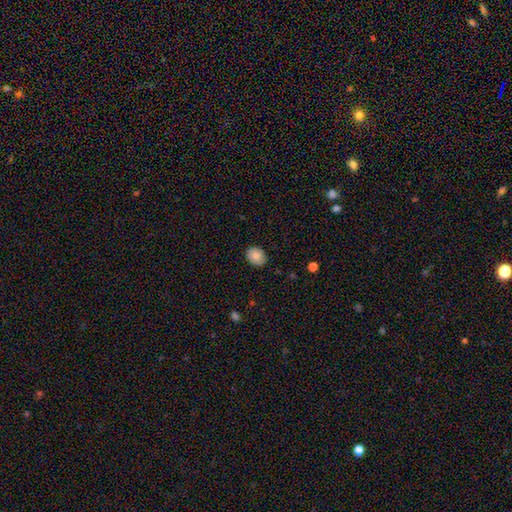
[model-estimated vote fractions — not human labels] A smooth galaxy with no disk features (86%) that is in between round and cigar-shaped (53%). Merging: none (85%).